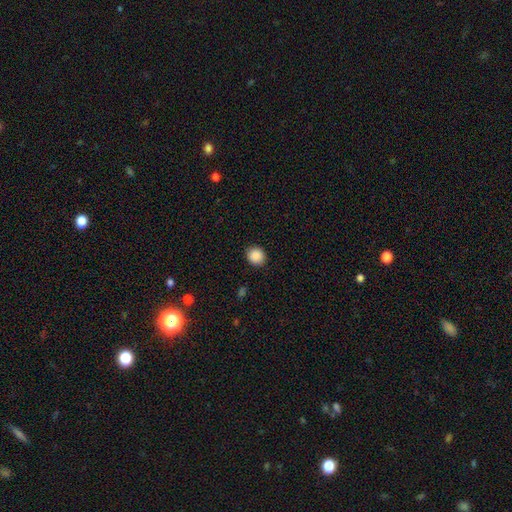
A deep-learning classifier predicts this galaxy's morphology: Overall: smooth (89%). How rounded: round (86%). Merging: none (91%).